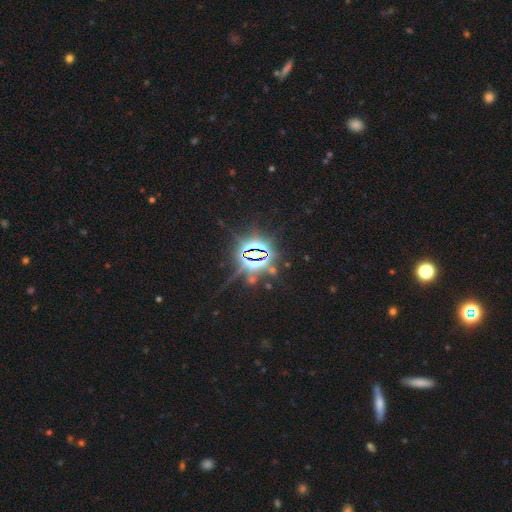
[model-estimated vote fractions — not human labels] Morphology: type=star or artifact (85%).